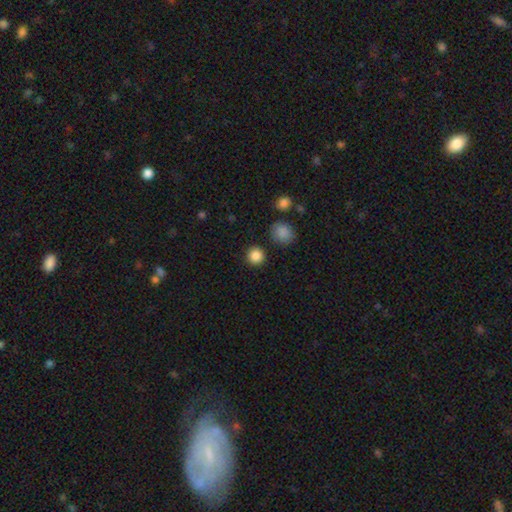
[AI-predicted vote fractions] Smooth or featured? smooth (86%)
How rounded? round (94%)
Merging? none (90%)